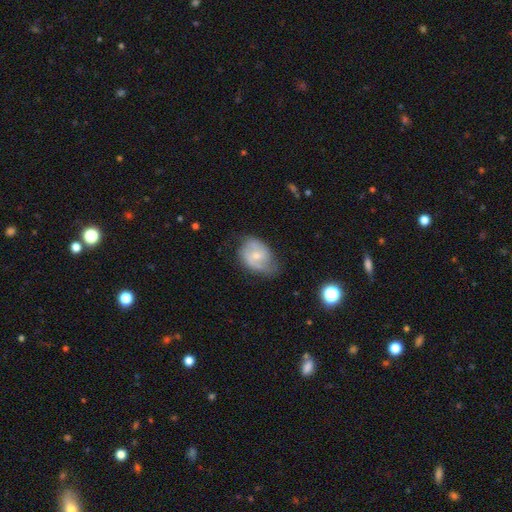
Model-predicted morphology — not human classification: Overall: featured or disk (60%; smooth 33%). Edge-on disk: no (97%). Bar: no (54%; weak 39%). Spiral arms: yes (84%). Bulge size: small (57%; moderate 37%). Merging: none (55%; minor disturbance 31%).